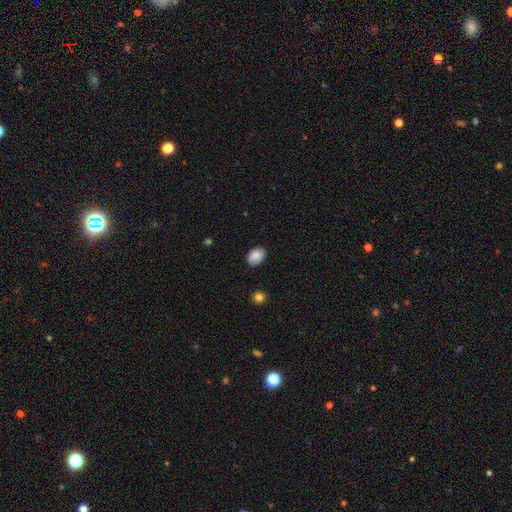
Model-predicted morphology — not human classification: A smooth galaxy with no disk features (87%) that is in between round and cigar-shaped (80%). Merging: none (83%).